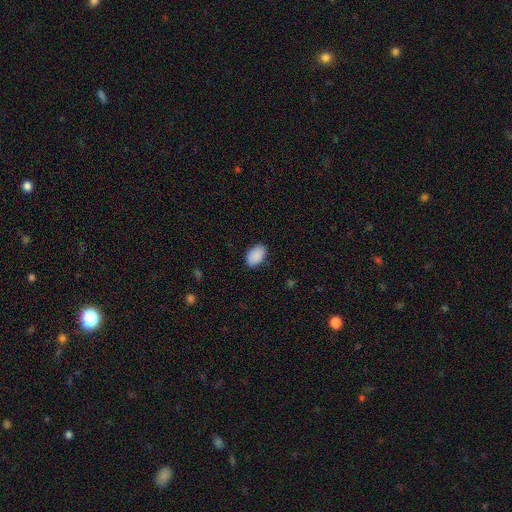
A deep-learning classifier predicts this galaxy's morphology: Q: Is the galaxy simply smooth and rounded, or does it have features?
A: smooth — 90%.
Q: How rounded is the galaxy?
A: in between — 91%.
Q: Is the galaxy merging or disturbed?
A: none — 86%.